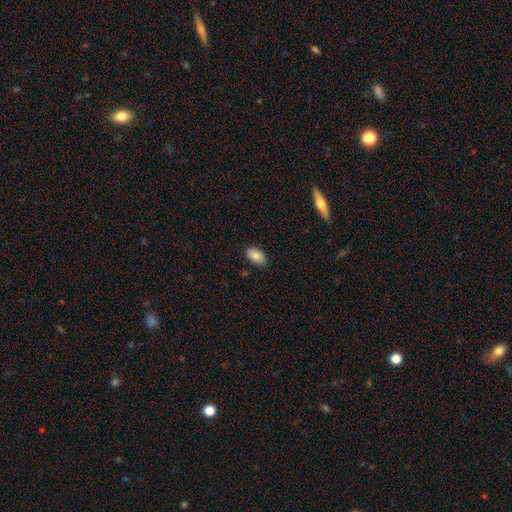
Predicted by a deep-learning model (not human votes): smooth_or_featured: smooth (p=0.86) [alt: star or artifact p=0.07]
how_rounded: in between (p=0.93) [alt: round p=0.05]
merging: none (p=0.84) [alt: minor disturbance p=0.12]